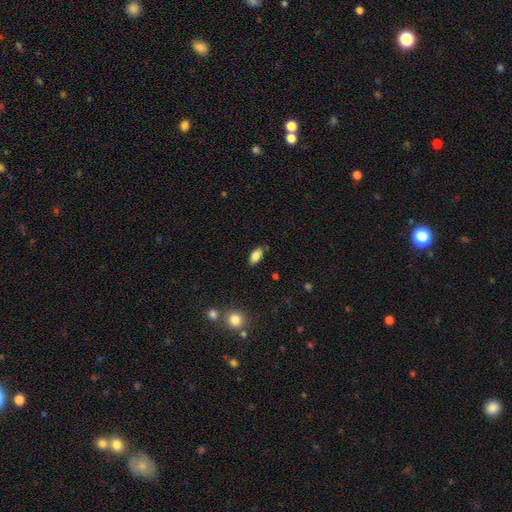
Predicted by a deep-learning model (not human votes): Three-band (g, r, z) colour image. It shows a smooth galaxy with no disk features (83%) that is in between round and cigar-shaped (89%). Merging: none (82%).